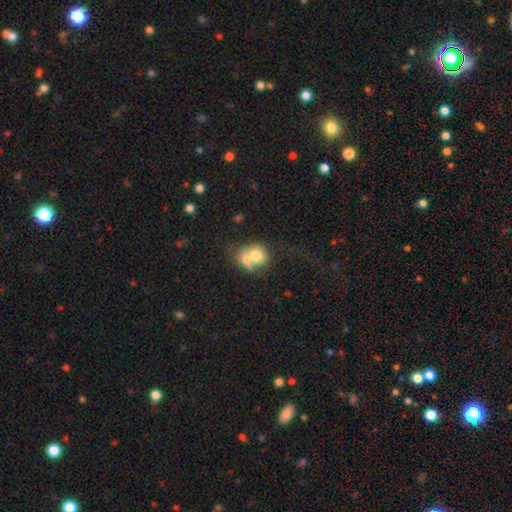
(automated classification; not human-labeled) A smooth galaxy with no disk features (67%) that is round (62%). Merging: merger (65%).